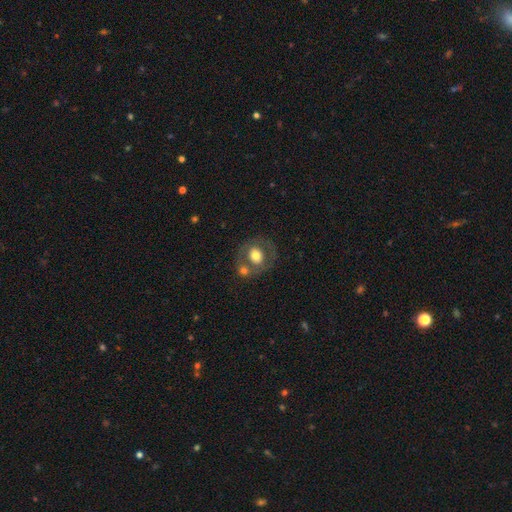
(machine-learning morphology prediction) Smooth or featured?
  - smooth: 56% *
  - featured or disk: 36%
  - star or artifact: 8%
How rounded?
  - round: 71% *
  - in between: 28%
  - cigar-shaped: 1%
Merging?
  - none: 54% *
  - merger: 26%
  - minor disturbance: 13%
  - major disturbance: 7%